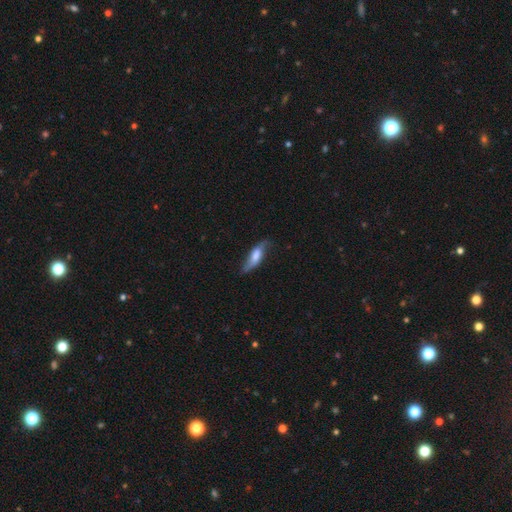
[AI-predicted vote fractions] Smooth or featured? featured or disk (51%)
Edge-on disk? no (65%)
Merging? none (62%)